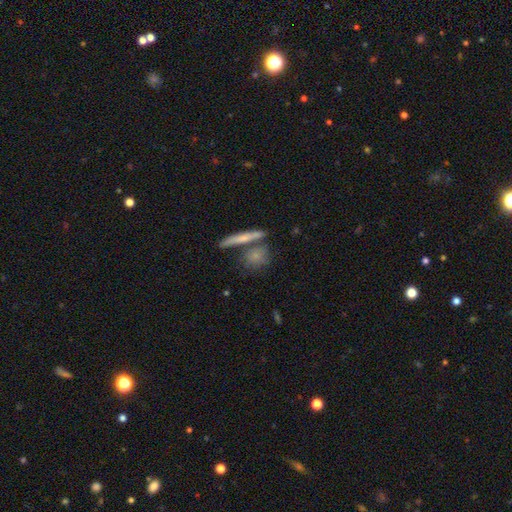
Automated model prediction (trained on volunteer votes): smooth-or-featured: smooth: 67% | featured or disk: 25% | star or artifact: 8%
  how-rounded: cigar-shaped: 36% | round: 33% | in between: 30%
  merging: none: 55% | merger: 26% | minor disturbance: 13% | major disturbance: 5%